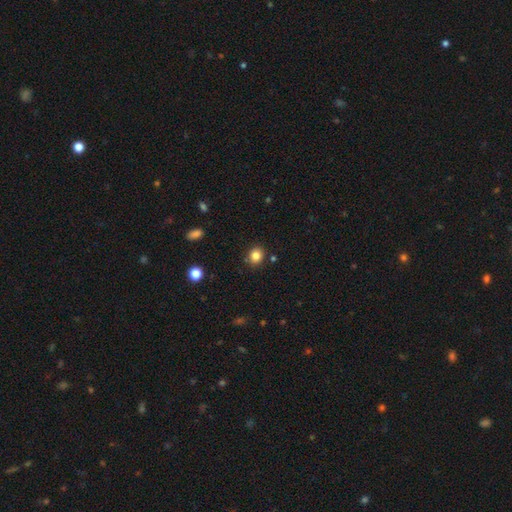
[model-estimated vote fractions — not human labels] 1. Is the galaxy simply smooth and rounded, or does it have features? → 83% smooth, 11% star or artifact, 5% featured or disk.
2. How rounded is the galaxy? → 75% round, 24% in between, 1% cigar-shaped.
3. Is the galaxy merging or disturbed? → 87% none, 8% minor disturbance, 3% merger, 2% major disturbance.